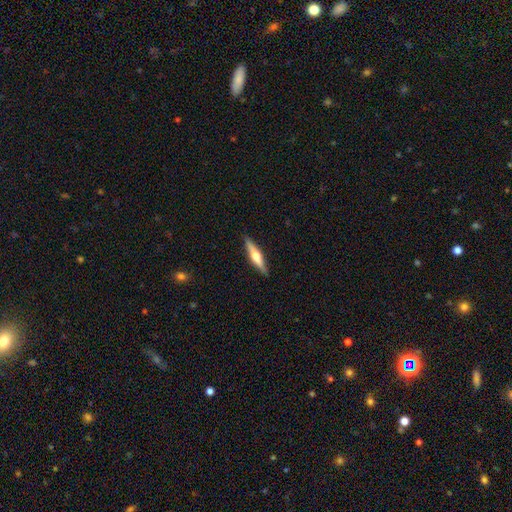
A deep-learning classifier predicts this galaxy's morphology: Q: Smooth or featured?
A: featured or disk (62%); runner-up: smooth (33%)
Q: Edge-on disk?
A: yes (97%); runner-up: no (3%)
Q: Edge-on bulge?
A: rounded (92%); runner-up: boxy (5%)
Q: Merging?
A: none (90%); runner-up: minor disturbance (7%)